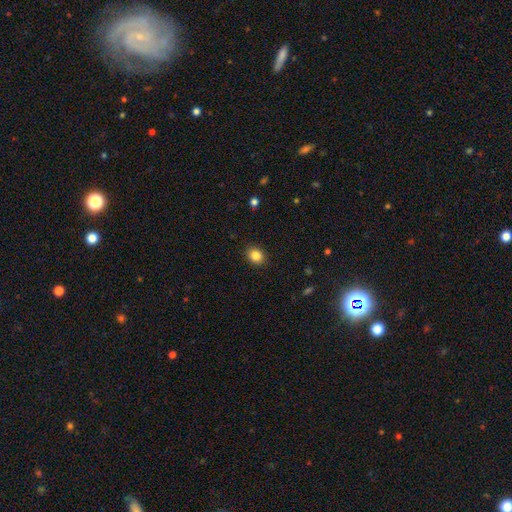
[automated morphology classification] This is clearly a smooth galaxy (85%). How rounded: likely round (61%). Merging: clearly none (90%).